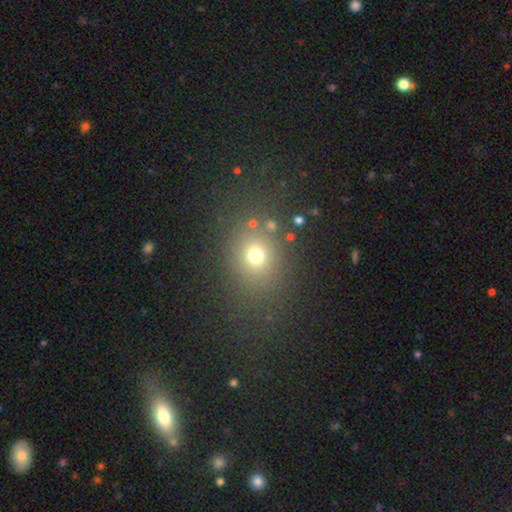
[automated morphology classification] The model was most divided on "how rounded": round: 68%, in between: 30%, cigar-shaped: 1%. More confident: merging — none (78%); smooth or featured — smooth (70%).